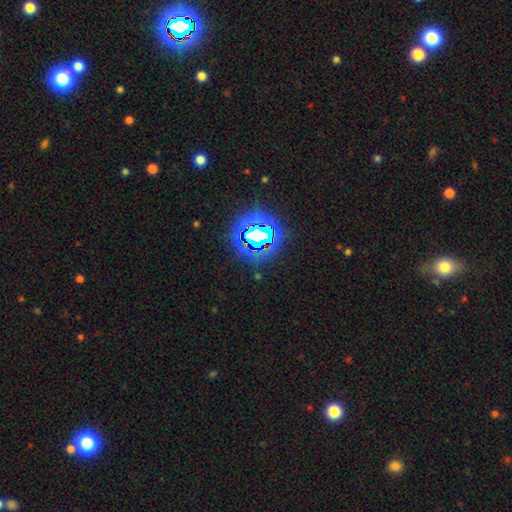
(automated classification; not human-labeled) Smooth or featured: star or artifact — 79% (smooth — 12%)